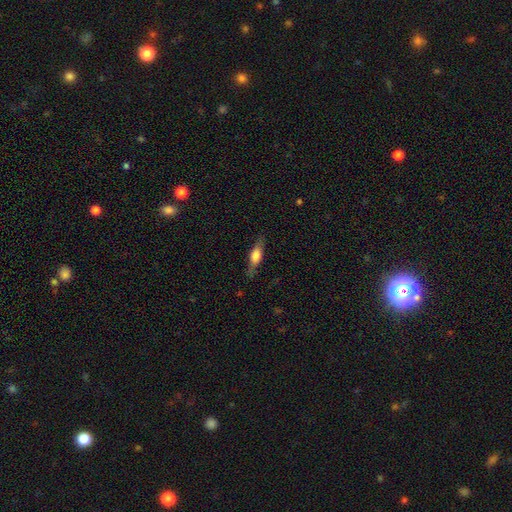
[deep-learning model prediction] A smooth galaxy with no disk features (49%).

Vote fractions:
- Smooth or featured? smooth: 49% / featured or disk: 45% / star or artifact: 7%
- Merging? none: 81% / minor disturbance: 14% / major disturbance: 4% / merger: 1%